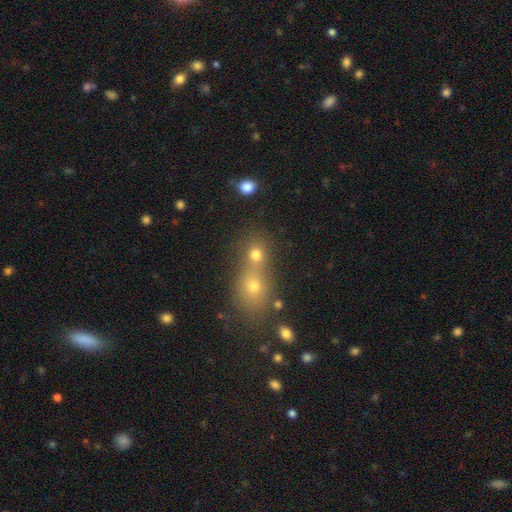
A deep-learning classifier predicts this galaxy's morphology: The model was most divided on "merging": merger: 60%, none: 31%, minor disturbance: 6%, major disturbance: 3%. More confident: how rounded — round (67%); smooth or featured — smooth (65%).